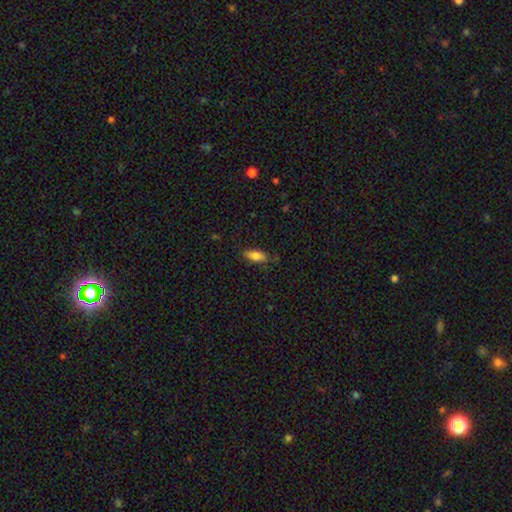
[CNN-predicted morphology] A smooth galaxy with no disk features (84%) that is in between round and cigar-shaped (82%).

Vote fractions:
- Smooth or featured? smooth: 84% / featured or disk: 9% / star or artifact: 7%
- How rounded? in between: 82% / cigar-shaped: 16% / round: 2%
- Merging? none: 78% / minor disturbance: 17% / major disturbance: 4% / merger: 2%